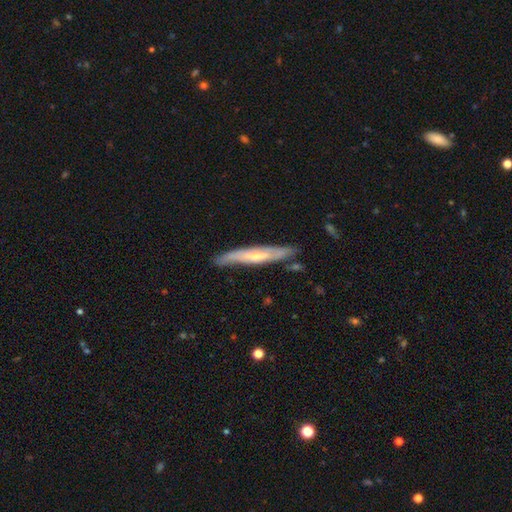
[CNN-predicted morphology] Smooth or featured: featured or disk — 58% (smooth — 36%)
Edge-on disk: yes — 73% (no — 27%)
Merging: none — 77% (minor disturbance — 17%)